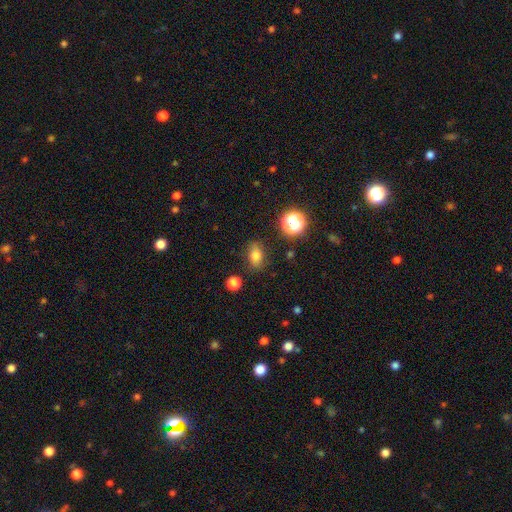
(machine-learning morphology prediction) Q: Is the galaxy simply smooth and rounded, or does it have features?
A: smooth — 78%.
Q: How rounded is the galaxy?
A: in between — 78%.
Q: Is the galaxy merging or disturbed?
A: none — 82%.